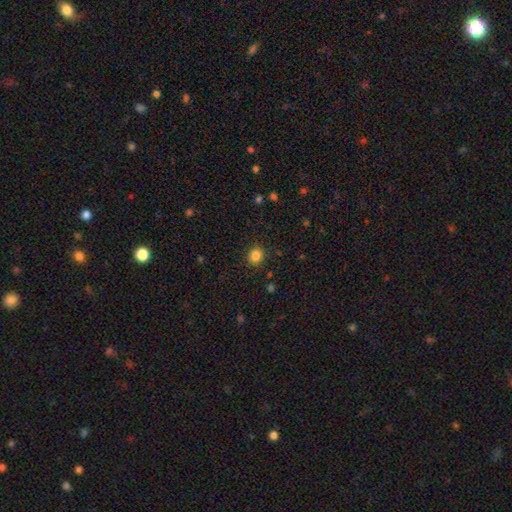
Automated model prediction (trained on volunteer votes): Overall: smooth (84%). How rounded: round (82%). Merging: none (90%).